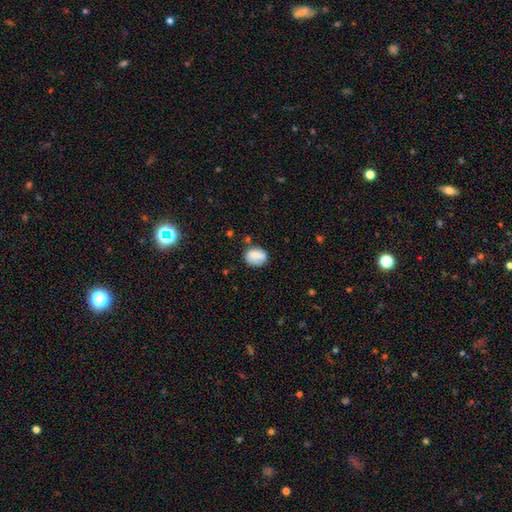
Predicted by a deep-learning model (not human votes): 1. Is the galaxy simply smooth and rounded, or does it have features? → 77% smooth, 14% featured or disk, 8% star or artifact.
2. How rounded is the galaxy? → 59% in between, 40% round, 1% cigar-shaped.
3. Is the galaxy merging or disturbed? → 64% none, 24% minor disturbance, 7% major disturbance, 6% merger.